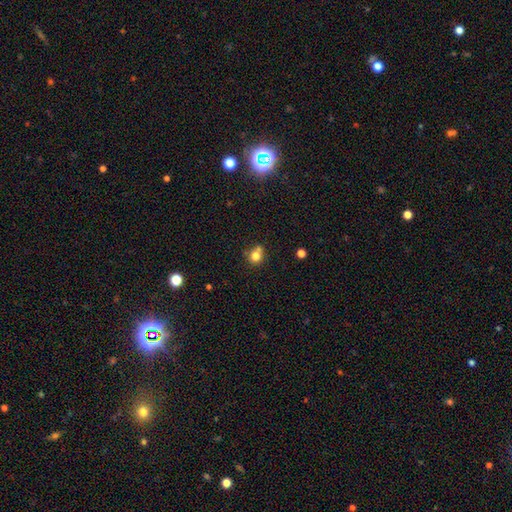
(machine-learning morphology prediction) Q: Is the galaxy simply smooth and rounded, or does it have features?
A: smooth — 78%.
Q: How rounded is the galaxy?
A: round — 82%.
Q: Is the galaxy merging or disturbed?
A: none — 55%.